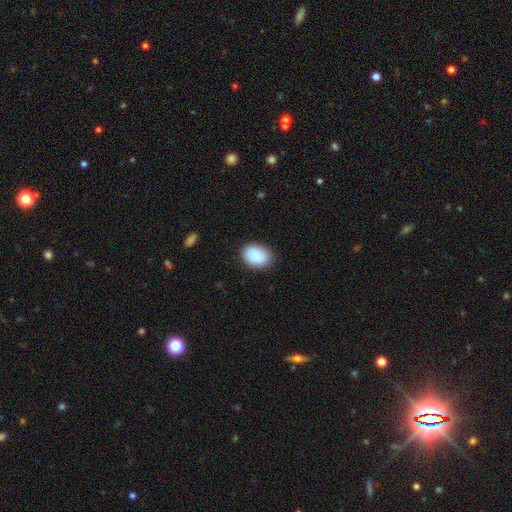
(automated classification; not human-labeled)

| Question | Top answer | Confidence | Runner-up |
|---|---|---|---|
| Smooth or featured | smooth | 89% | star or artifact (6%) |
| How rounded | in between | 75% | round (24%) |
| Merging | none | 84% | minor disturbance (12%) |